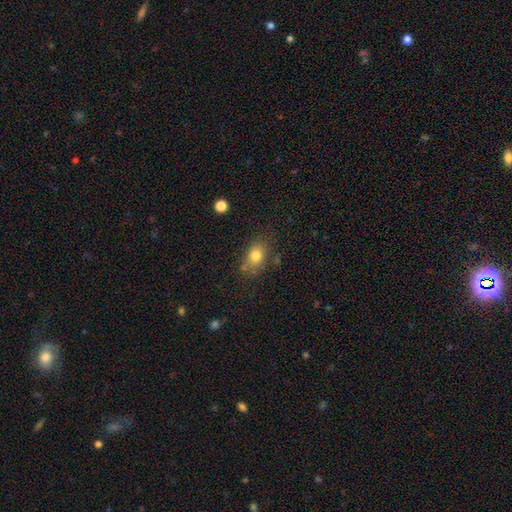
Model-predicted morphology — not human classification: Overall: smooth (79%). How rounded: in between (69%). Merging: none (71%).